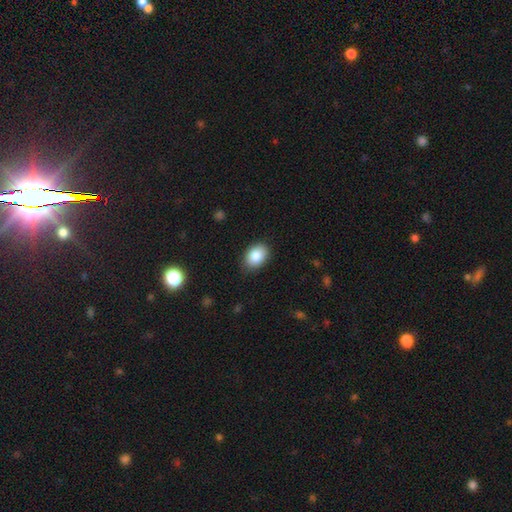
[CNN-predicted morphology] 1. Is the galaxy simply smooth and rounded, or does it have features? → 87% smooth, 8% star or artifact, 6% featured or disk.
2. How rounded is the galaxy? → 80% in between, 19% round, 1% cigar-shaped.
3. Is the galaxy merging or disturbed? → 83% none, 13% minor disturbance, 3% major disturbance, 1% merger.